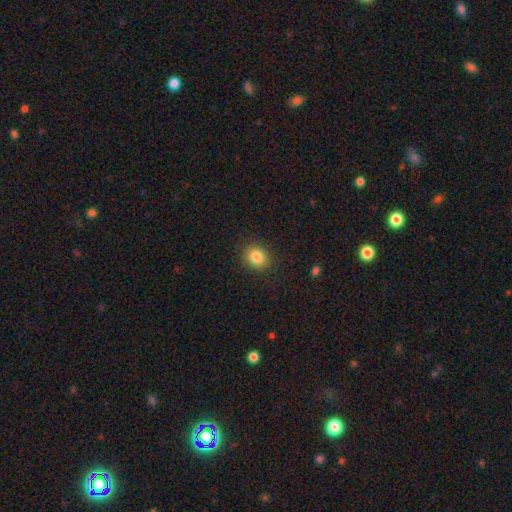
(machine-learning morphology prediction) smooth_or_featured: smooth (p=0.84) [alt: star or artifact p=0.10]
how_rounded: round (p=0.67) [alt: in between p=0.32]
merging: none (p=0.88) [alt: minor disturbance p=0.09]